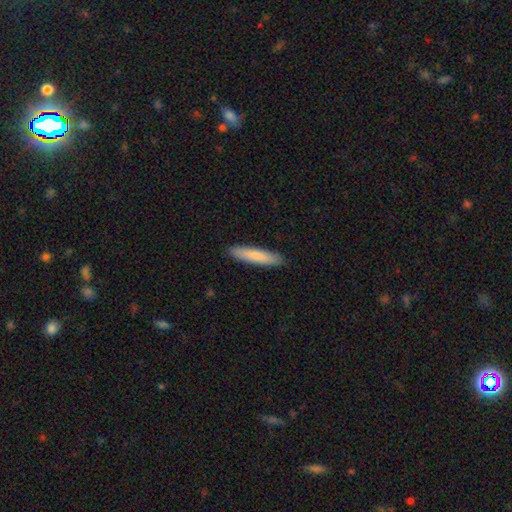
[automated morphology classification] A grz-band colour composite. It shows a smooth galaxy with no disk features (80%) that is cigar-shaped (88%). Merging: none (91%).